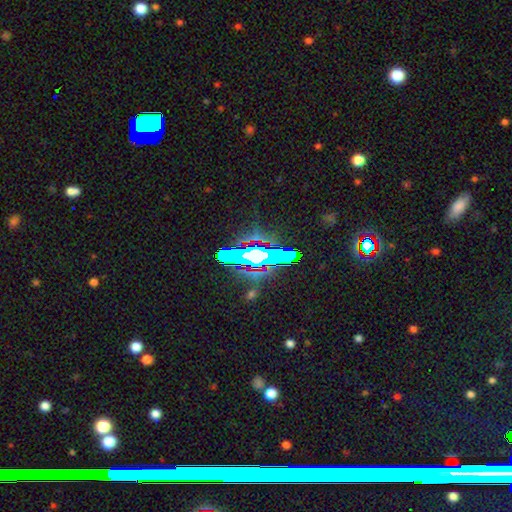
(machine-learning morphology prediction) This appears to be a star or artifact, not a galaxy (56%).